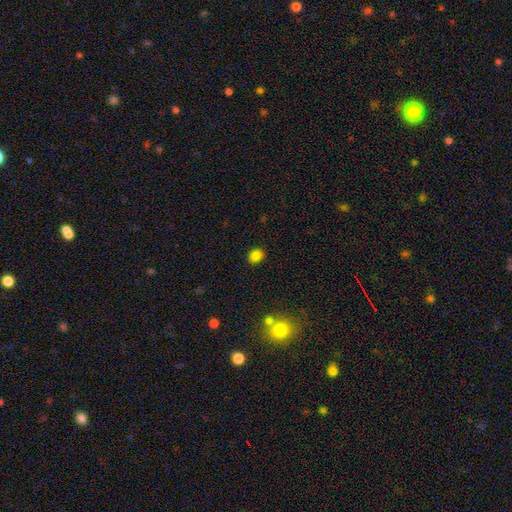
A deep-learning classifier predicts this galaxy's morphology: smooth_or_featured: smooth (p=0.84) [alt: star or artifact p=0.12]
how_rounded: round (p=0.59) [alt: in between p=0.40]
merging: none (p=0.88) [alt: minor disturbance p=0.08]